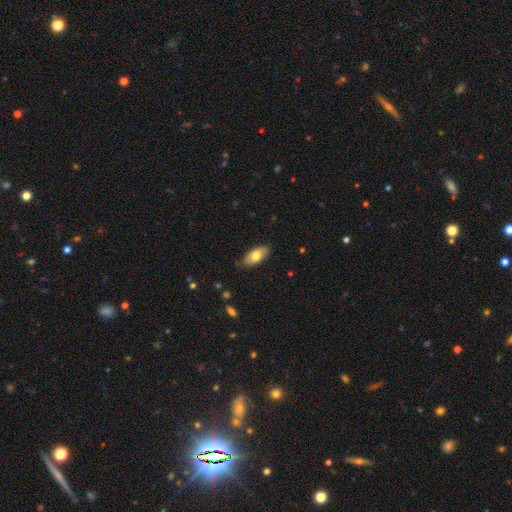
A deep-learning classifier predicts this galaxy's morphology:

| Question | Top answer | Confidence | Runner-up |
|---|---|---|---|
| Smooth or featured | smooth | 75% | featured or disk (19%) |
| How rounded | in between | 89% | cigar-shaped (8%) |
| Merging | none | 82% | minor disturbance (15%) |